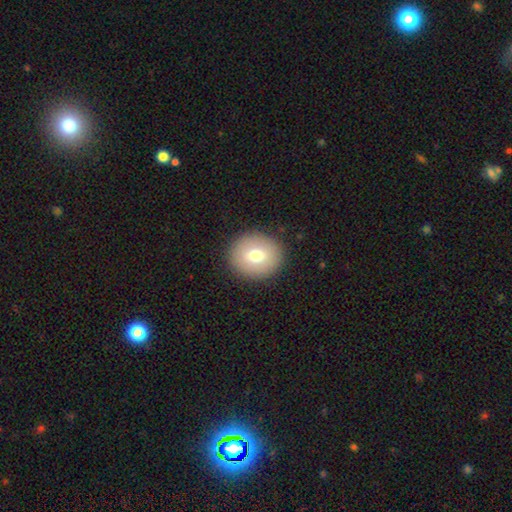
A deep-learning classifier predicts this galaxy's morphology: Smooth or featured? Predicted: smooth (p=0.73). How rounded? Predicted: round (p=0.82). Merging? Predicted: none (p=0.90).